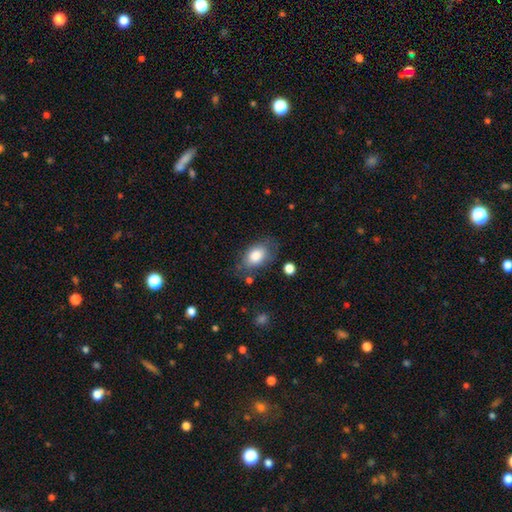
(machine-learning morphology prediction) Smooth or featured?
  - smooth: 82% *
  - featured or disk: 11%
  - star or artifact: 7%
How rounded?
  - in between: 87% *
  - round: 11%
  - cigar-shaped: 2%
Merging?
  - none: 68% *
  - minor disturbance: 21%
  - major disturbance: 8%
  - merger: 3%